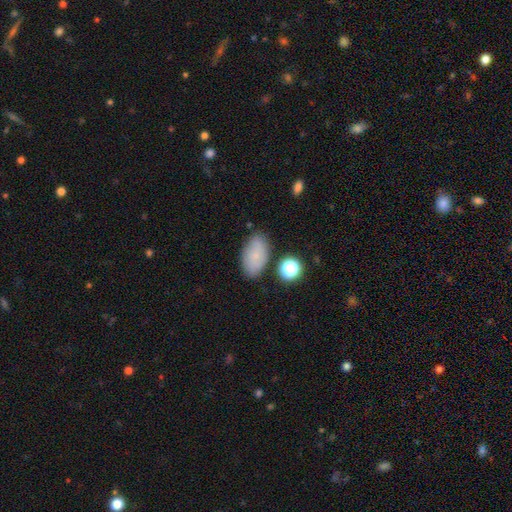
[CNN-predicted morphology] A smooth galaxy with no disk features (75%) that is in between round and cigar-shaped (92%). Merging: none (77%).